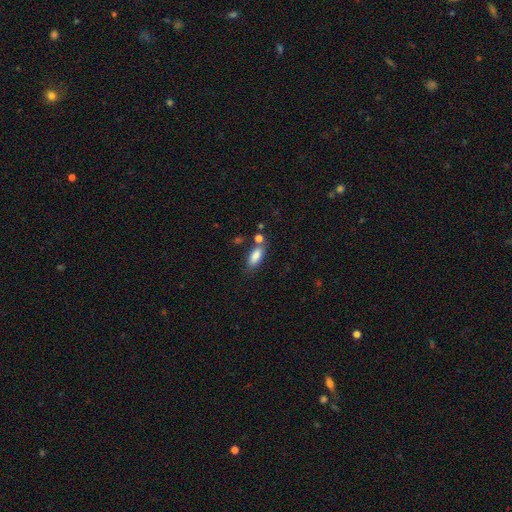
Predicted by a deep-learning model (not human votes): Morphology: type=smooth (84%); roundness=in between (80%); merging=none (63%).